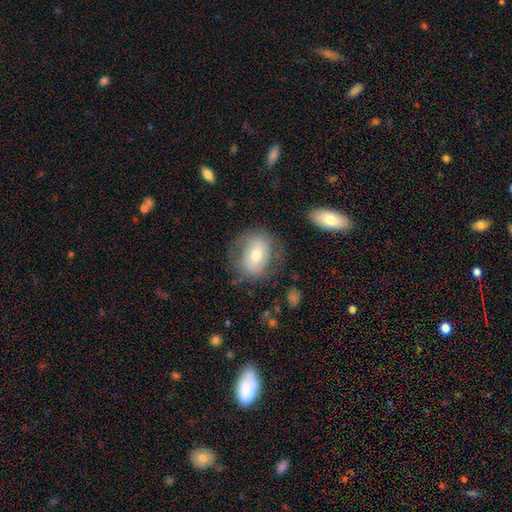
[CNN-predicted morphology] The model was most divided on "smooth or featured": smooth: 52%, featured or disk: 40%, star or artifact: 8%. More confident: merging — none (67%); how rounded — in between (58%).